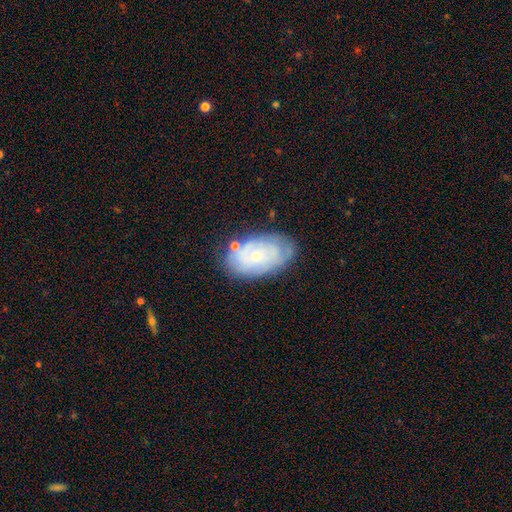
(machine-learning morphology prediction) A featured or disk galaxy (55%) with no bar (85%), spiral arms (62%) and a small central bulge (78%).

Vote fractions:
- Smooth or featured? featured or disk: 55% / smooth: 38% / star or artifact: 8%
- Edge-on disk? no: 94% / yes: 6%
- Bar? no: 85% / weak: 12% / strong: 2%
- Spiral arms? yes: 62% / no: 38%
- Bulge size? small: 78% / moderate: 18% / none: 2% / large: 1% / dominant: 1%
- Merging? none: 67% / minor disturbance: 22% / major disturbance: 6% / merger: 5%